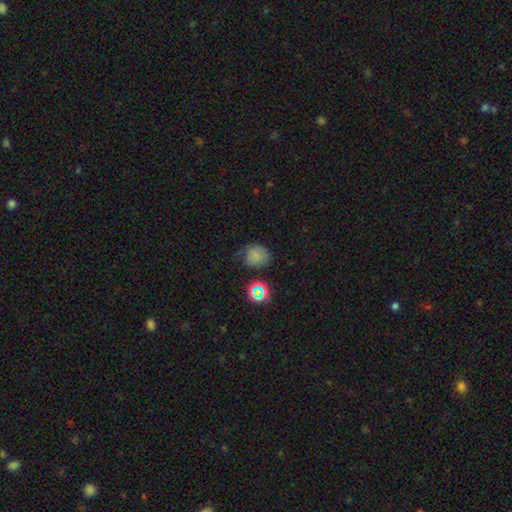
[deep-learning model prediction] Smooth or featured? smooth (69%)
How rounded? round (73%)
Merging? none (52%)